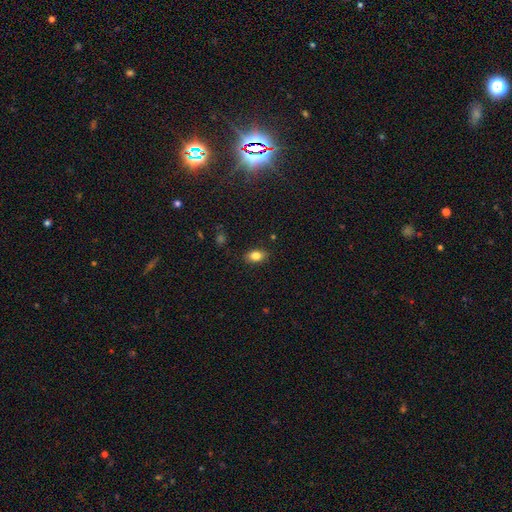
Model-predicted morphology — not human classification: smooth-or-featured: smooth: 83% | star or artifact: 9% | featured or disk: 9%
  how-rounded: in between: 85% | round: 12% | cigar-shaped: 3%
  merging: none: 86% | minor disturbance: 11% | major disturbance: 2% | merger: 1%